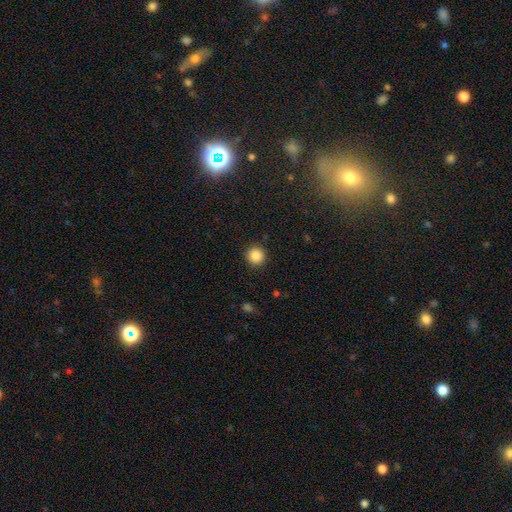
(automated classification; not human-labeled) smooth_or_featured: smooth (p=0.86) [alt: star or artifact p=0.10]
how_rounded: round (p=0.94) [alt: in between p=0.05]
merging: none (p=0.90) [alt: minor disturbance p=0.07]